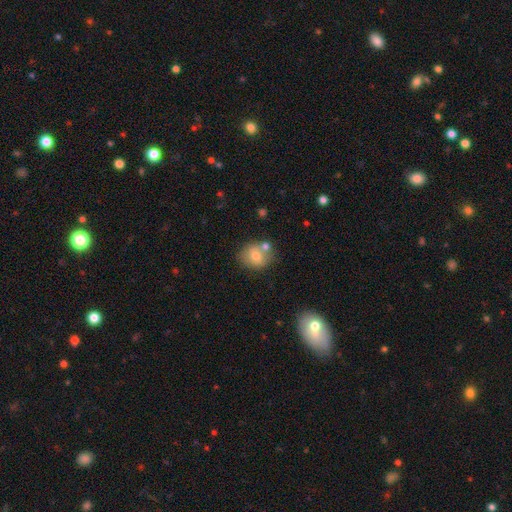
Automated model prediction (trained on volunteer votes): Morphology: type=smooth (73%); roundness=round (67%); merging=none (61%).